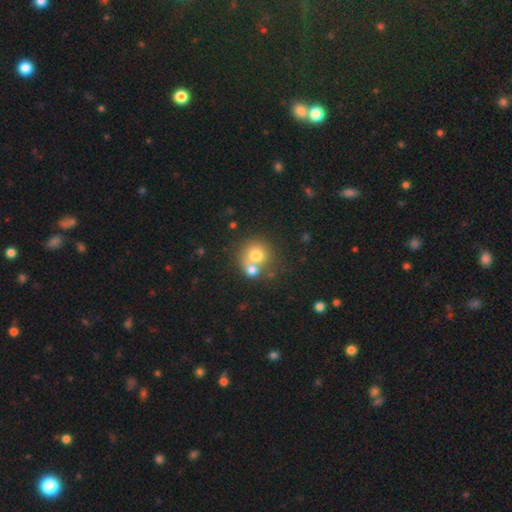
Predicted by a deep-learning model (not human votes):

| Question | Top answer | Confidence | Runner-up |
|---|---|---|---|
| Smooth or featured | smooth | 70% | featured or disk (19%) |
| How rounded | round | 83% | in between (16%) |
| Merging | merger | 53% | none (35%) |